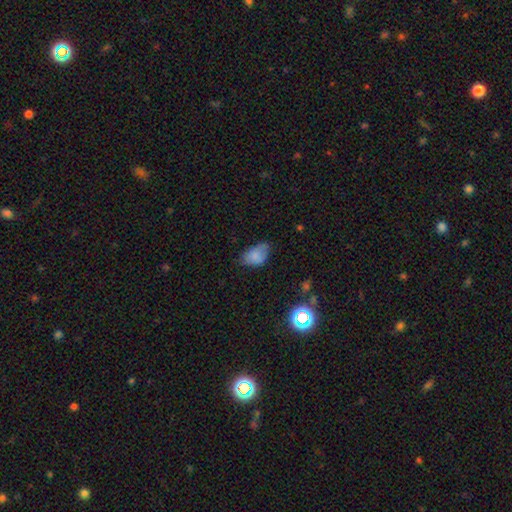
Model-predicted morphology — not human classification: Smooth or featured: smooth — 78% (featured or disk — 12%)
How rounded: in between — 89% (round — 9%)
Merging: none — 50% (minor disturbance — 37%)